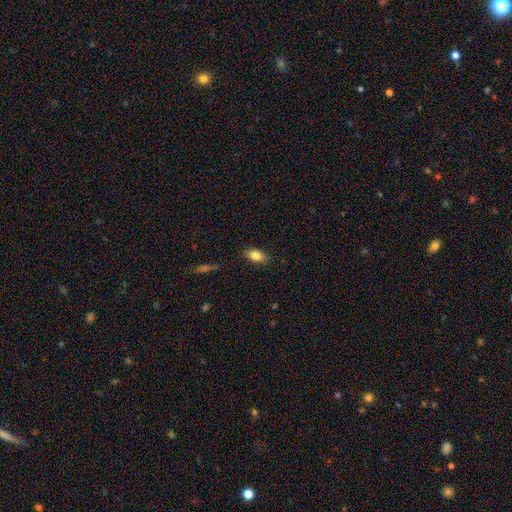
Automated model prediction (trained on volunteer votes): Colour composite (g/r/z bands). It shows a smooth galaxy with no disk features (80%) that is in between round and cigar-shaped (86%). Merging: none (83%).